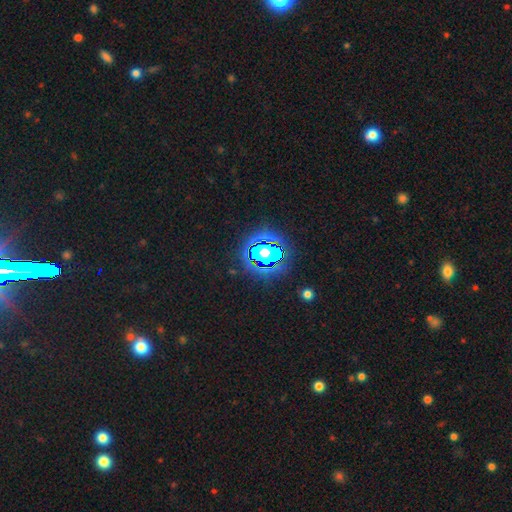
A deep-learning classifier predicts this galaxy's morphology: A star or artifact, not a galaxy (79%).

Vote fractions:
- Smooth or featured? star or artifact: 79% / smooth: 13% / featured or disk: 7%